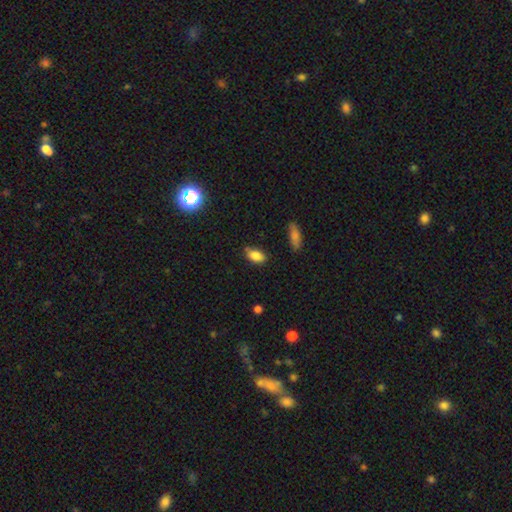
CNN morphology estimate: Smooth or featured? smooth (85%)
How rounded? in between (90%)
Merging? none (71%)